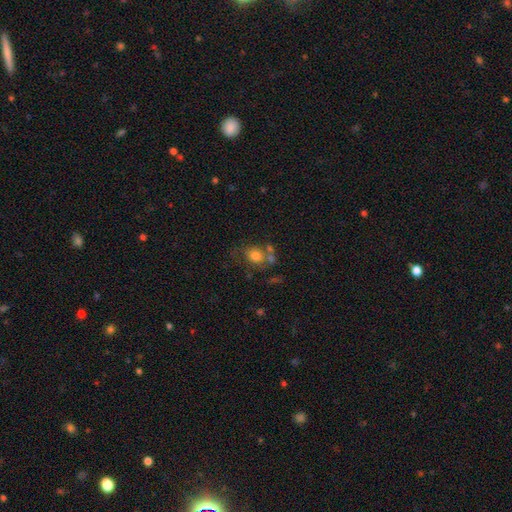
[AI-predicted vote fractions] smooth 72%, featured or disk 17%, star or artifact 11%. Down the decision tree: how rounded — round (62%); merging — none (46%).